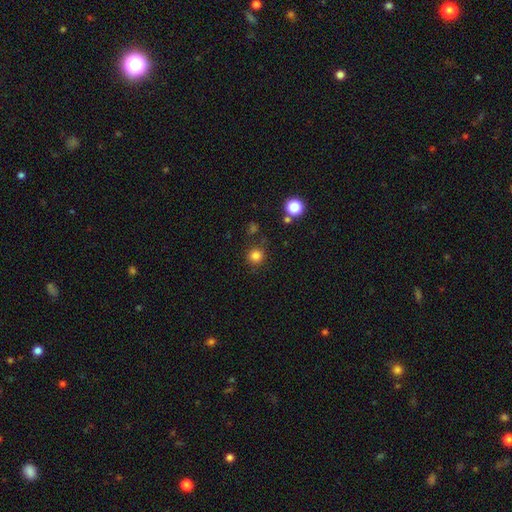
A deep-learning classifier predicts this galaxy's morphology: smooth_or_featured: smooth (p=0.82) [alt: star or artifact p=0.13]
how_rounded: round (p=0.94) [alt: in between p=0.05]
merging: none (p=0.85) [alt: minor disturbance p=0.08]